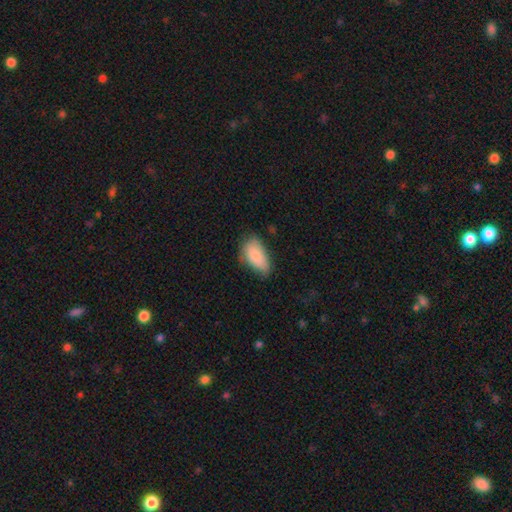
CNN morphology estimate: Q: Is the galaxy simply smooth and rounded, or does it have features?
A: smooth — 84%.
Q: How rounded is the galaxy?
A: in between — 93%.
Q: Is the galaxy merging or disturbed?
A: none — 53%.